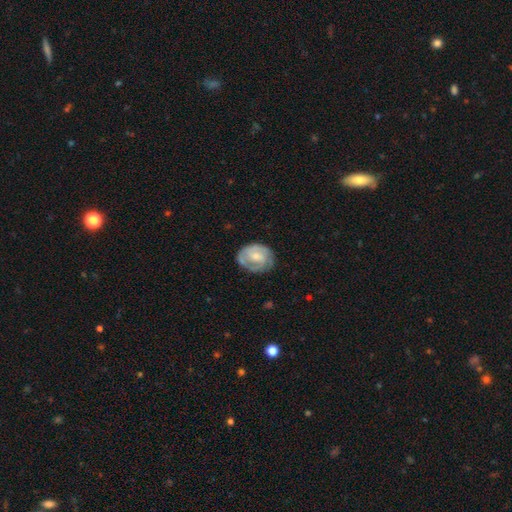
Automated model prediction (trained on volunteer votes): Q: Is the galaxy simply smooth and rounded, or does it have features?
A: featured or disk — 67%.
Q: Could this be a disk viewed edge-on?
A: no — 98%.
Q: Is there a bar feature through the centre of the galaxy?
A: no — 52%.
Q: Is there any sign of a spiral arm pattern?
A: yes — 85%.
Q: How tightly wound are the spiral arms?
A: tight — 54%.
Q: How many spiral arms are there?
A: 2 — 49%.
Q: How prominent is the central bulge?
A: small — 54%.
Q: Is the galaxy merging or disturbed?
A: none — 66%.